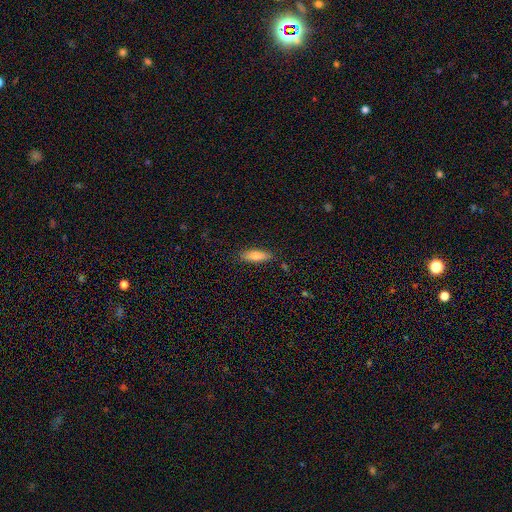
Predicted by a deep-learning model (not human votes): smooth_or_featured: smooth (p=0.79) [alt: featured or disk p=0.14]
how_rounded: cigar-shaped (p=0.50) [alt: in between p=0.48]
merging: none (p=0.85) [alt: minor disturbance p=0.11]